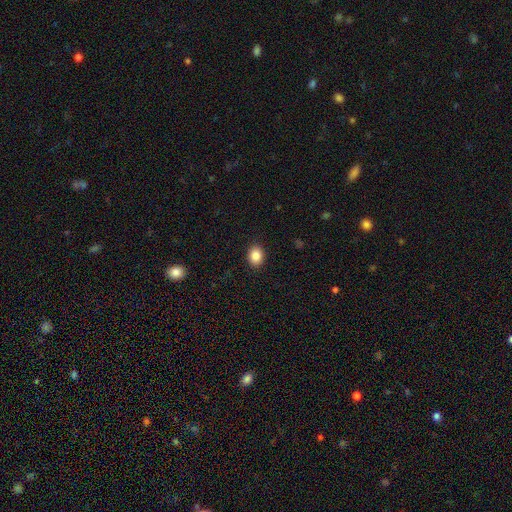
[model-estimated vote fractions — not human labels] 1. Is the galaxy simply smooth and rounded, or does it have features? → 86% smooth, 9% star or artifact, 5% featured or disk.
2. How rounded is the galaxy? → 58% in between, 42% round, 1% cigar-shaped.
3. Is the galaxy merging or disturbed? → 91% none, 6% minor disturbance, 2% major disturbance, 1% merger.